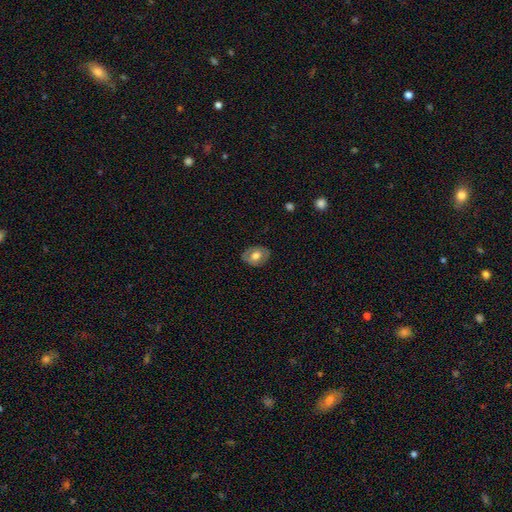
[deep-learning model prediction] The model was most divided on "smooth or featured": smooth: 61%, featured or disk: 33%, star or artifact: 7%. More confident: merging — none (83%); how rounded — in between (69%).